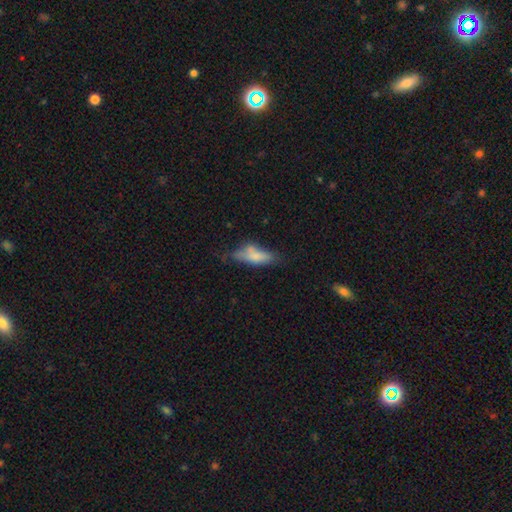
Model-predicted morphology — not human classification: type=smooth (68%); roundness=in between (65%); merging=none (39%).